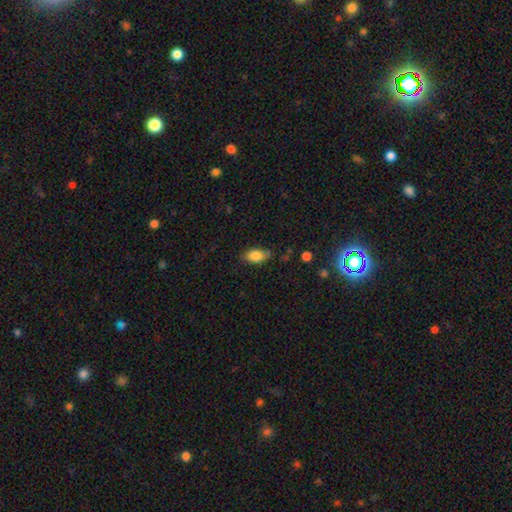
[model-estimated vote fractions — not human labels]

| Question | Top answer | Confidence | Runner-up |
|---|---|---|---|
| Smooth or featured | smooth | 83% | featured or disk (9%) |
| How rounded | in between | 89% | round (7%) |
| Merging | none | 71% | minor disturbance (23%) |